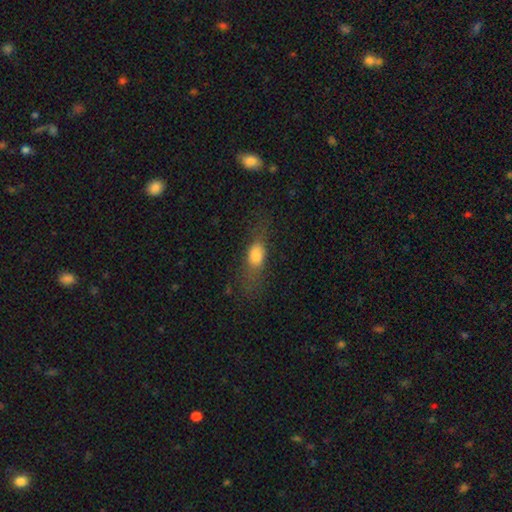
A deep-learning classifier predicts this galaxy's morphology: type=smooth (72%); roundness=in between (65%); merging=none (53%).